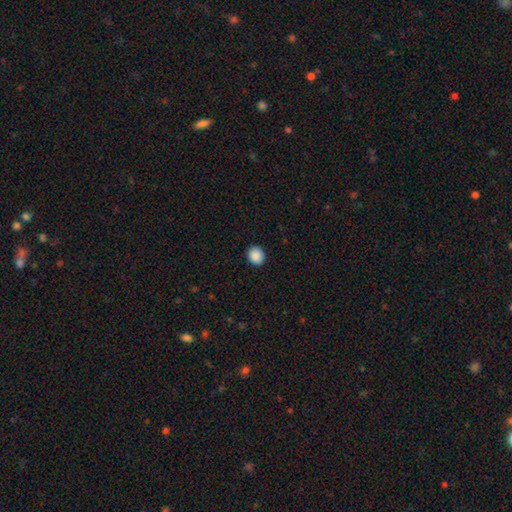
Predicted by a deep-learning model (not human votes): Smooth or featured: smooth — 89% (star or artifact — 8%)
How rounded: round — 74% (in between — 25%)
Merging: none — 91% (minor disturbance — 6%)